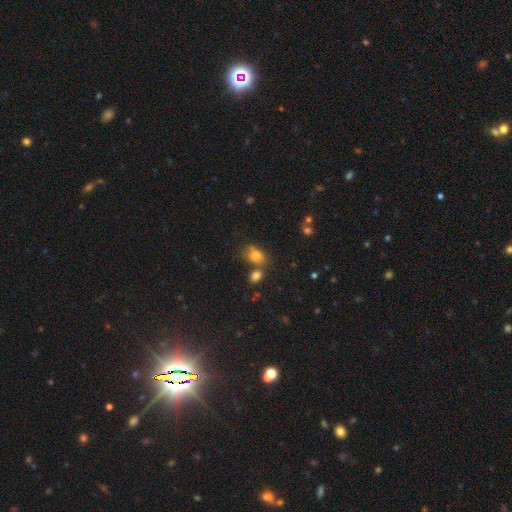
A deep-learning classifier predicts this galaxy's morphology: A smooth galaxy with no disk features (79%) that is in between round and cigar-shaped (76%). Merging: none (51%).